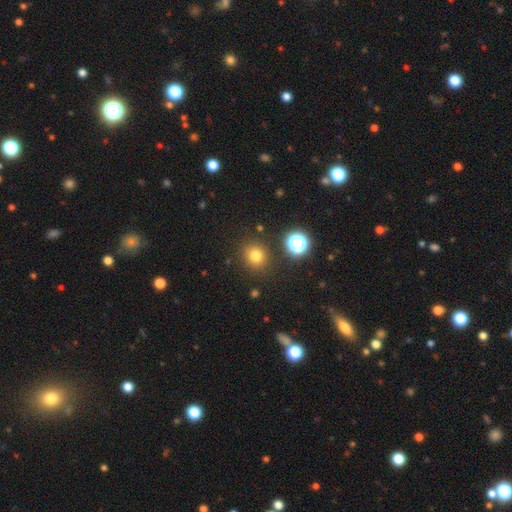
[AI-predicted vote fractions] smooth-or-featured: smooth: 76% | star or artifact: 17% | featured or disk: 7%
  how-rounded: round: 88% | in between: 11% | cigar-shaped: 1%
  merging: none: 87% | minor disturbance: 7% | merger: 3% | major disturbance: 3%